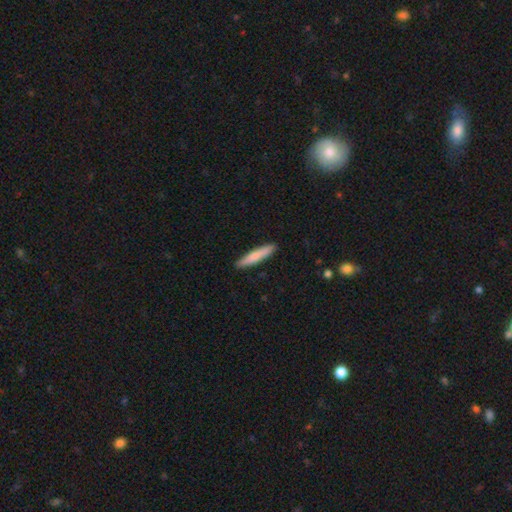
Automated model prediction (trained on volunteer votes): Morphology: type=smooth (78%); roundness=cigar-shaped (90%); merging=none (90%).